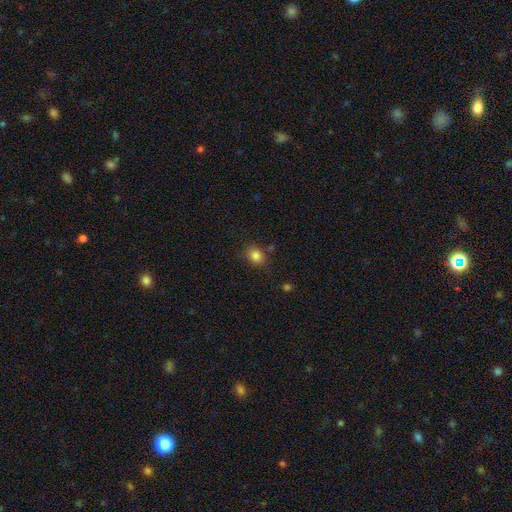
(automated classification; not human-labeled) Morphology: type=smooth (82%); roundness=round (53%); merging=none (80%).